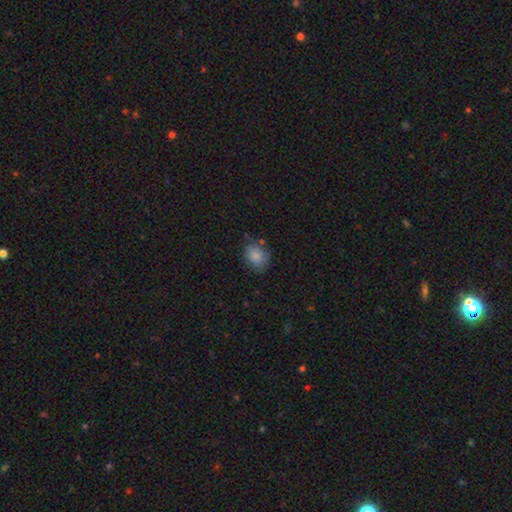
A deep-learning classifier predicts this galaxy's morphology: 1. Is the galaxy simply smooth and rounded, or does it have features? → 84% smooth, 9% star or artifact, 7% featured or disk.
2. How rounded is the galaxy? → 50% round, 49% in between, 1% cigar-shaped.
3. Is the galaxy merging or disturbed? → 67% none, 24% minor disturbance, 5% major disturbance, 4% merger.